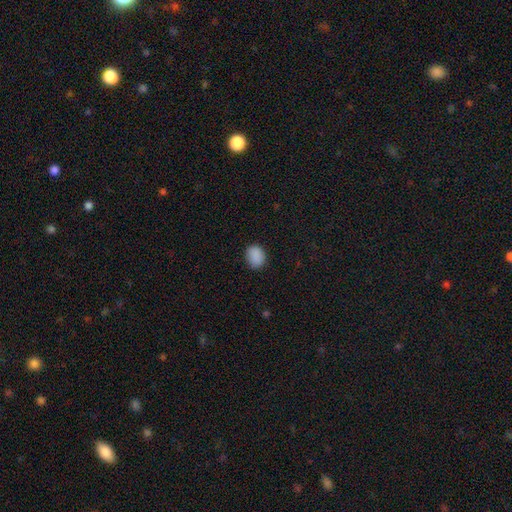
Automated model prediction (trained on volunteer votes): Smooth or featured? smooth (88%)
How rounded? in between (53%)
Merging? none (85%)